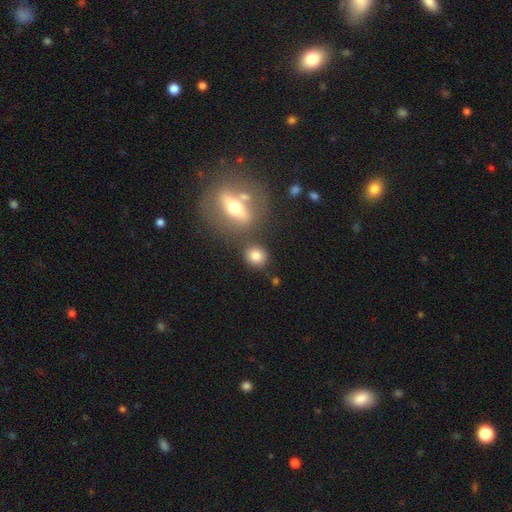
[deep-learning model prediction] Smooth or featured? smooth (77%)
How rounded? round (79%)
Merging? none (73%)